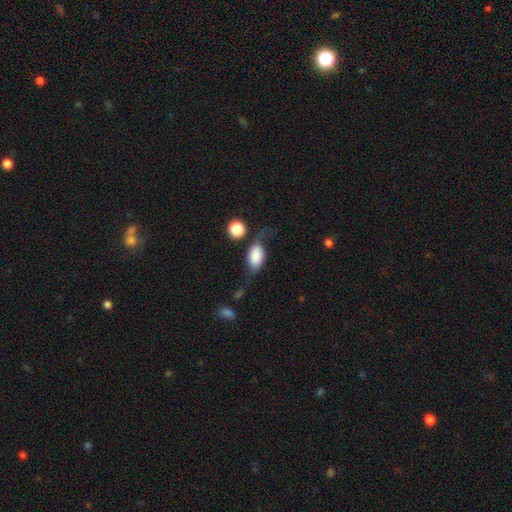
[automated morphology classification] smooth 62%, featured or disk 29%, star or artifact 8%. Down the decision tree: how rounded — in between (85%); merging — none (40%).